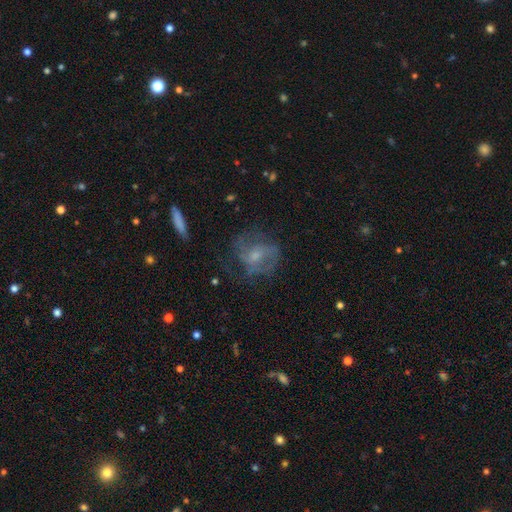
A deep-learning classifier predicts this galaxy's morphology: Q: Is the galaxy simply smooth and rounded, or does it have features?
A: featured or disk — 64%.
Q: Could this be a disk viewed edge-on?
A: no — 96%.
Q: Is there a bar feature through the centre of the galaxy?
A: no — 51%.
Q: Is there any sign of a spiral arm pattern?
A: yes — 74%.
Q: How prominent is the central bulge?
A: small — 45%.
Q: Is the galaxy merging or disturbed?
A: none — 55%.